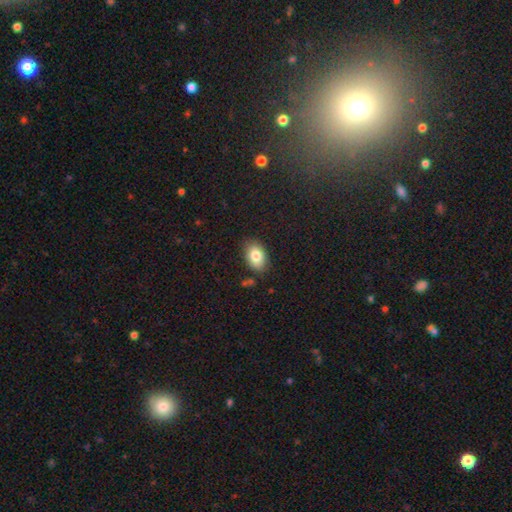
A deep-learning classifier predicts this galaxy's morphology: This appears to be a smooth galaxy with no disk features (82%) that is in between round and cigar-shaped (86%). Merging: none (83%).